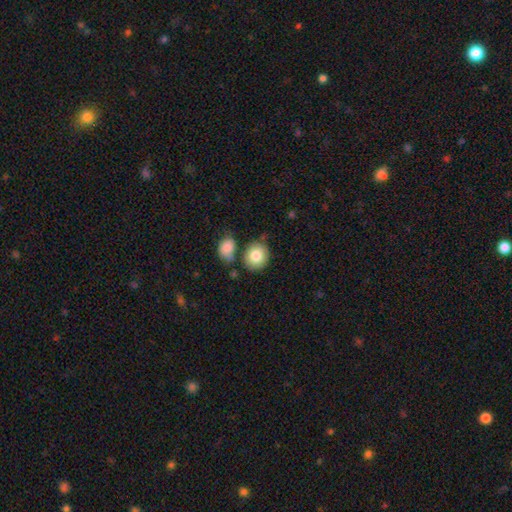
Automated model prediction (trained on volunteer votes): smooth 82%, featured or disk 10%, star or artifact 8%. Down the decision tree: how rounded — round (74%); merging — none (66%).